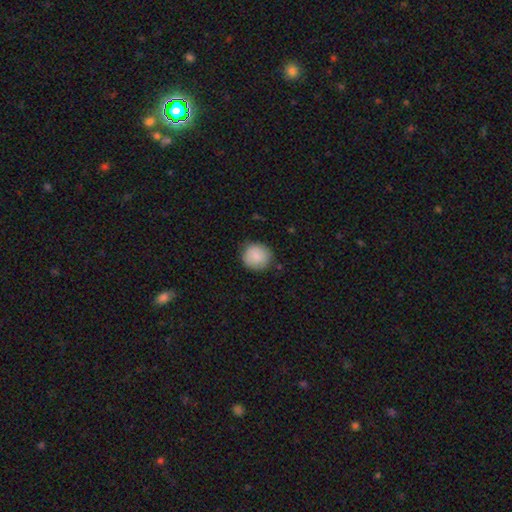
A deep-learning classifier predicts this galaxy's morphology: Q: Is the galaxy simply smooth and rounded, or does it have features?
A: smooth — 86%.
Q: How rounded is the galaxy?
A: round — 87%.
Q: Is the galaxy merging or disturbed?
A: none — 81%.